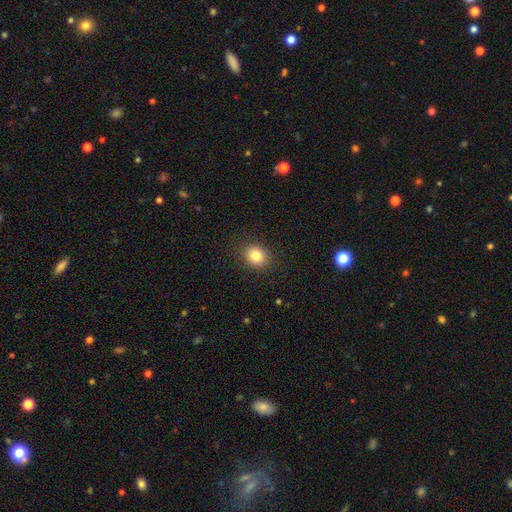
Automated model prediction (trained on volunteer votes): The model was most divided on "how rounded": round: 64%, in between: 35%, cigar-shaped: 1%. More confident: merging — none (89%); smooth or featured — smooth (84%).